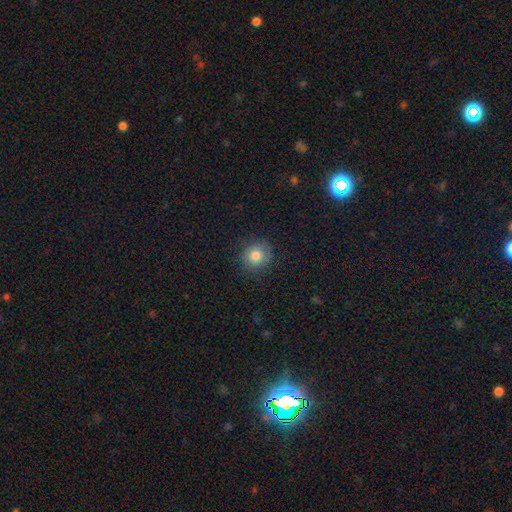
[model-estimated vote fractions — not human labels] smooth-or-featured: smooth: 81% | star or artifact: 11% | featured or disk: 8%
  how-rounded: round: 85% | in between: 14% | cigar-shaped: 1%
  merging: none: 84% | minor disturbance: 12% | major disturbance: 3% | merger: 1%